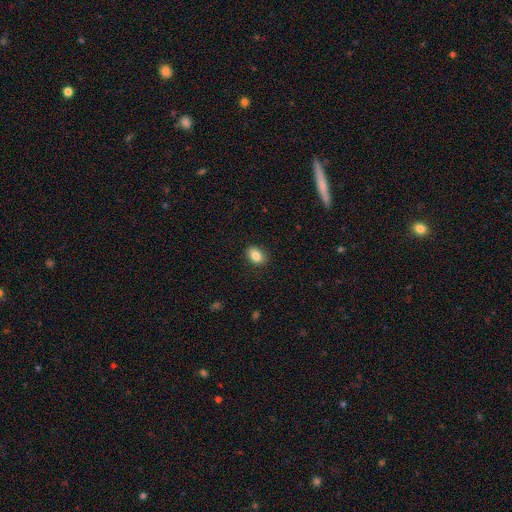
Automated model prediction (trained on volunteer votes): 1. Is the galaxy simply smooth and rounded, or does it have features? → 85% smooth, 8% star or artifact, 7% featured or disk.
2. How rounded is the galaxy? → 79% in between, 20% round, 1% cigar-shaped.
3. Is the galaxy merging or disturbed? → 88% none, 9% minor disturbance, 2% major disturbance, 1% merger.